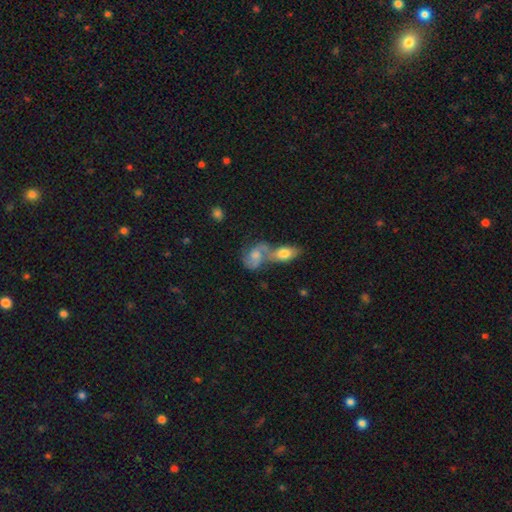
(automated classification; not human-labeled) Smooth or featured?
  - featured or disk: 55% *
  - smooth: 37%
  - star or artifact: 9%
Edge-on disk?
  - no: 96% *
  - yes: 4%
Bar?
  - no: 69% *
  - weak: 27%
  - strong: 5%
Spiral arms?
  - yes: 82% *
  - no: 18%
Bulge size?
  - moderate: 50% *
  - small: 26%
  - large: 12%
  - none: 10%
  - dominant: 2%
Merging?
  - merger: 62% *
  - none: 21%
  - minor disturbance: 10%
  - major disturbance: 7%